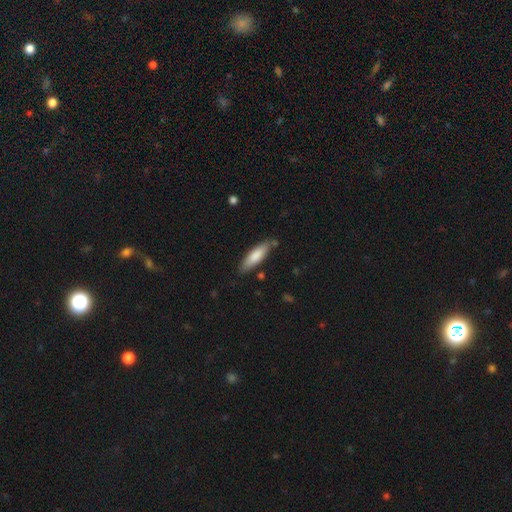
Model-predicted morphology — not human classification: This is likely a smooth galaxy (79%). How rounded: likely cigar-shaped (62%). Merging: likely none (80%).